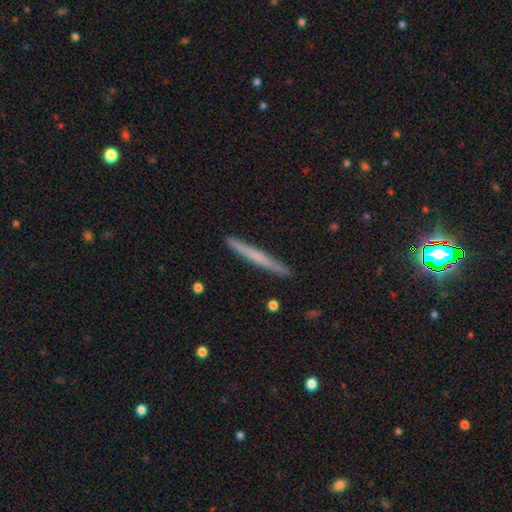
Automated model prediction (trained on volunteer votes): Morphology: type=smooth (53%); roundness=cigar-shaped (97%); merging=none (92%).